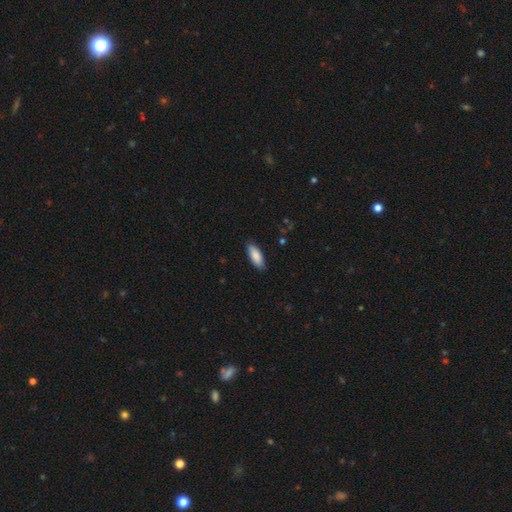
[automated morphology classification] Overall: smooth (88%). How rounded: in between (76%). Merging: none (86%).